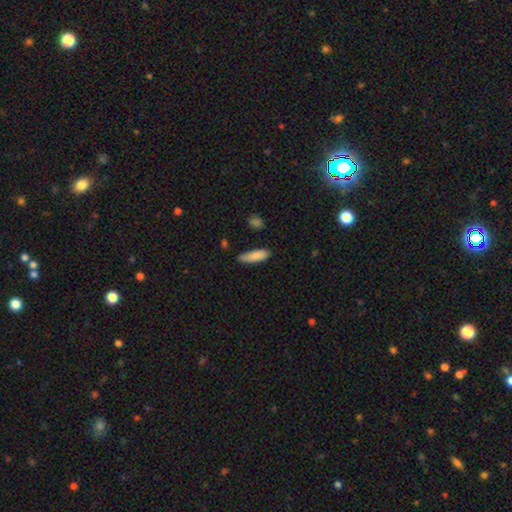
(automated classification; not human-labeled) Morphology: type=smooth (87%); roundness=cigar-shaped (54%); merging=none (74%).